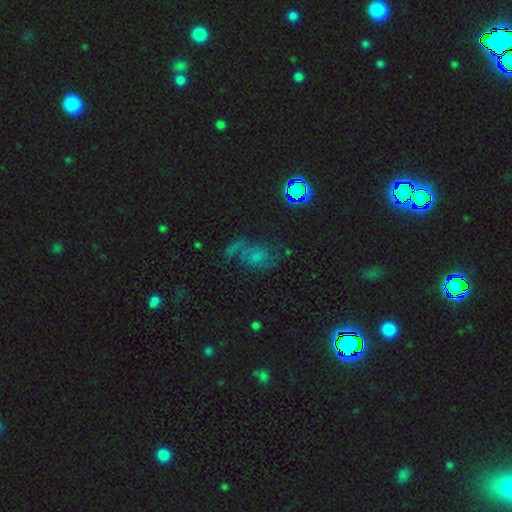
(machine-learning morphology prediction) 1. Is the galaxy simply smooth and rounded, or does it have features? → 39% featured or disk, 32% smooth, 29% star or artifact.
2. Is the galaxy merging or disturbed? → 46% none, 24% major disturbance, 22% minor disturbance, 8% merger.